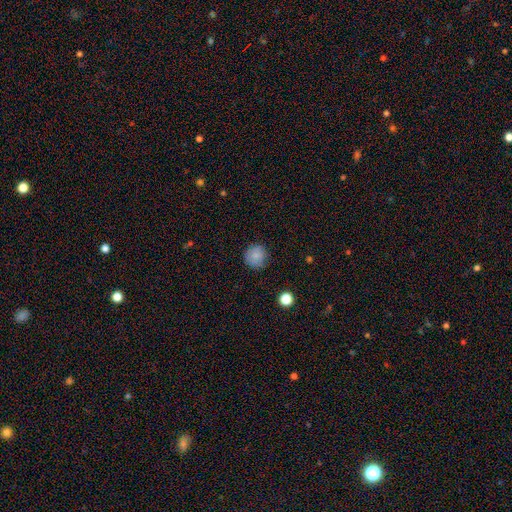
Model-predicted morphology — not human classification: This is clearly a smooth galaxy (82%). How rounded: clearly round (93%). Merging: clearly none (82%).